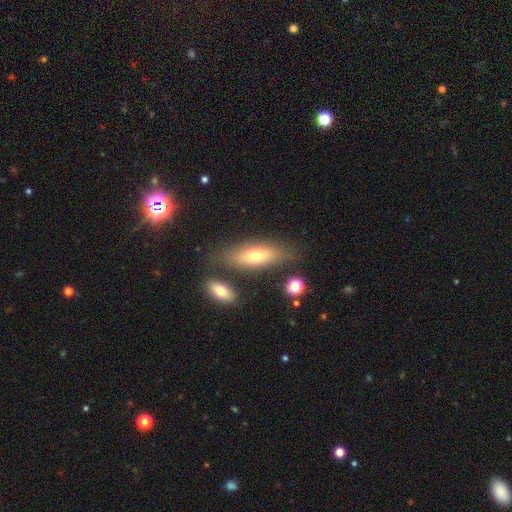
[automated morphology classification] smooth-or-featured: smooth: 66% | featured or disk: 25% | star or artifact: 9%
  how-rounded: in between: 61% | cigar-shaped: 36% | round: 3%
  merging: none: 73% | minor disturbance: 14% | merger: 8% | major disturbance: 5%